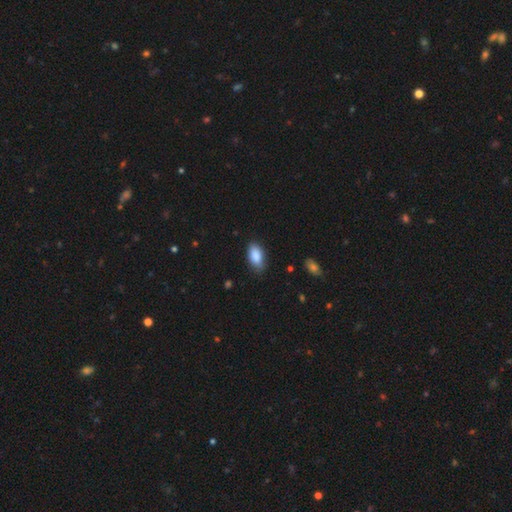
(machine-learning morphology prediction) Smooth or featured? smooth (88%)
How rounded? in between (93%)
Merging? none (77%)